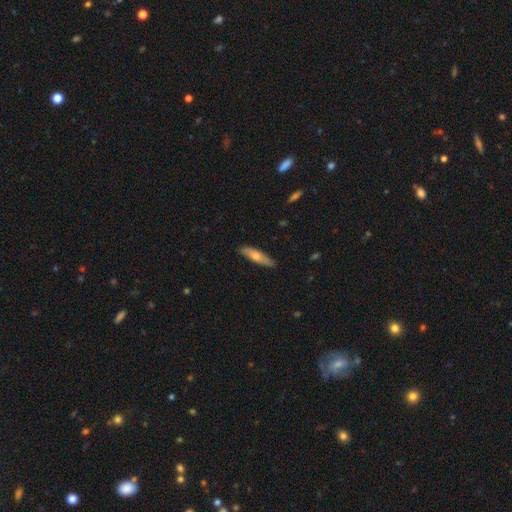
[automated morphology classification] Smooth or featured?
  - smooth: 58% *
  - featured or disk: 37%
  - star or artifact: 6%
How rounded?
  - cigar-shaped: 77% *
  - in between: 21%
  - round: 2%
Merging?
  - none: 86% *
  - minor disturbance: 11%
  - major disturbance: 2%
  - merger: 1%